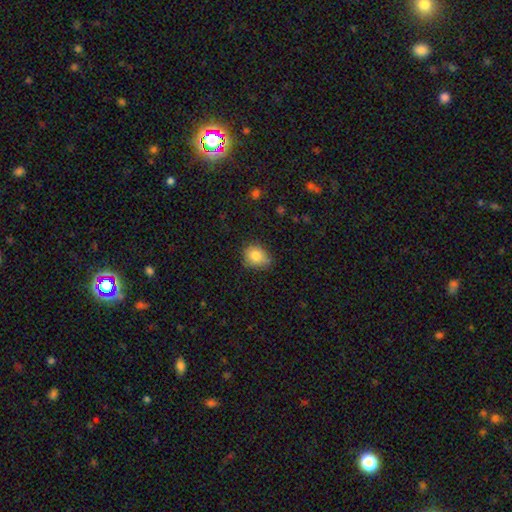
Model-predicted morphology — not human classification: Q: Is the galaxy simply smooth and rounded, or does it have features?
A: smooth — 82%.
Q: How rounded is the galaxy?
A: round — 56%.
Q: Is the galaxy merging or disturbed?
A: none — 69%.